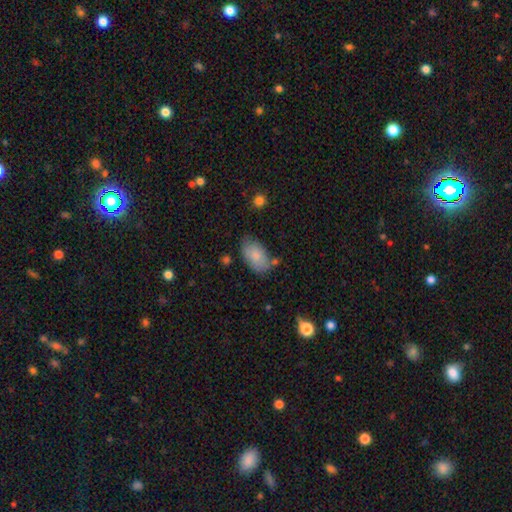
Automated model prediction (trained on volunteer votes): Q: Smooth or featured?
A: smooth (82%); runner-up: featured or disk (11%)
Q: How rounded?
A: in between (93%); runner-up: round (5%)
Q: Merging?
A: none (65%); runner-up: minor disturbance (23%)